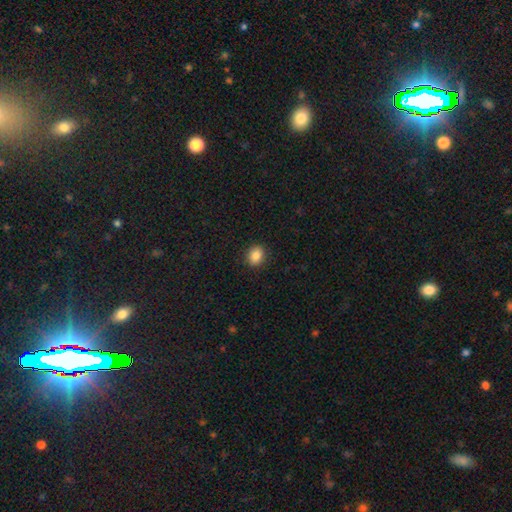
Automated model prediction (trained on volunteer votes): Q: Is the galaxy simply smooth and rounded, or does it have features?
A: smooth — 85%.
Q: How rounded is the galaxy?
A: round — 64%.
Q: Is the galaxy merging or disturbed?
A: none — 91%.